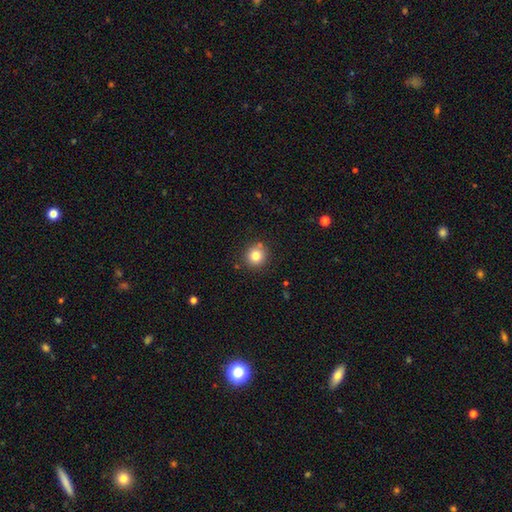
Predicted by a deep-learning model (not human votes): Overall: smooth (81%). How rounded: round (91%). Merging: none (84%).